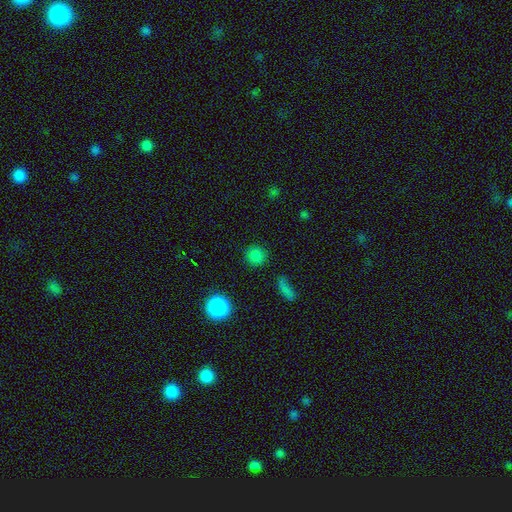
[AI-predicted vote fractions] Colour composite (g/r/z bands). It shows a smooth galaxy with no disk features (81%) that is round (92%). Merging: none (88%).